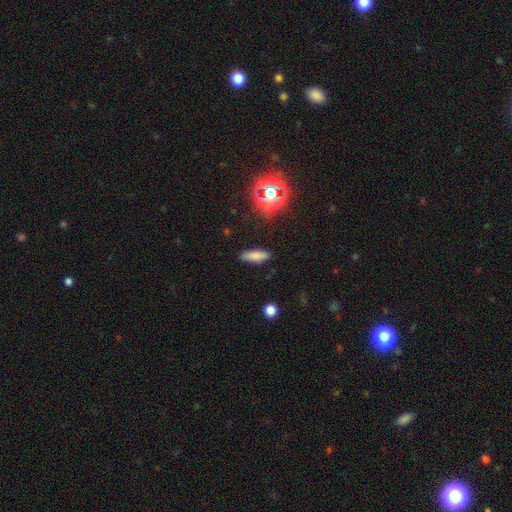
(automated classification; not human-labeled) Smooth or featured? Predicted: smooth (p=0.77). How rounded? Predicted: cigar-shaped (p=0.49). Merging? Predicted: none (p=0.87).